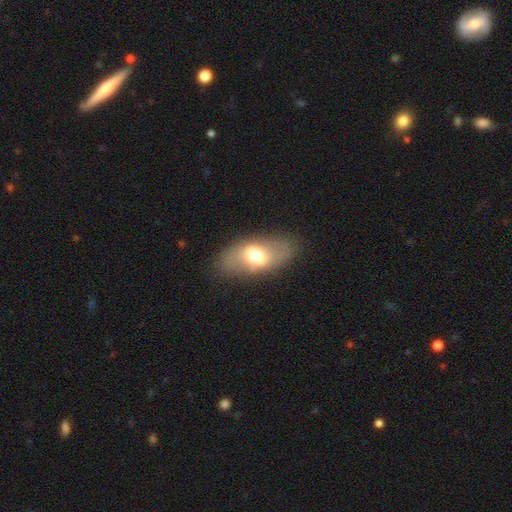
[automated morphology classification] smooth_or_featured: smooth (p=0.52) [alt: featured or disk p=0.41]
how_rounded: in between (p=0.87) [alt: round p=0.08]
merging: none (p=0.82) [alt: minor disturbance p=0.12]